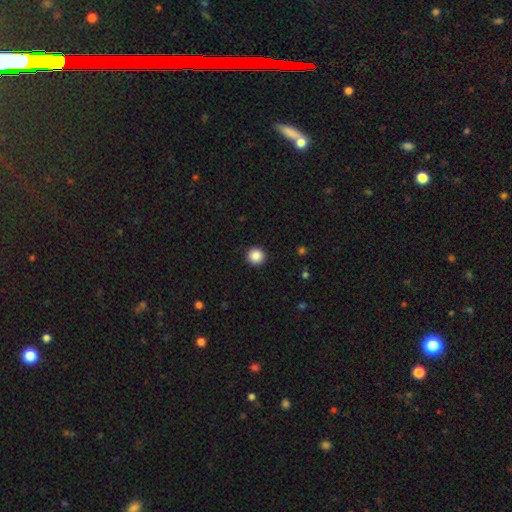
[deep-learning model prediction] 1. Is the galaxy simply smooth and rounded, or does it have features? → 88% smooth, 9% star or artifact, 3% featured or disk.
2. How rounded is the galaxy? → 96% round, 3% in between, 1% cigar-shaped.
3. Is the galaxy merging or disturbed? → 93% none, 4% minor disturbance, 2% major disturbance, 1% merger.